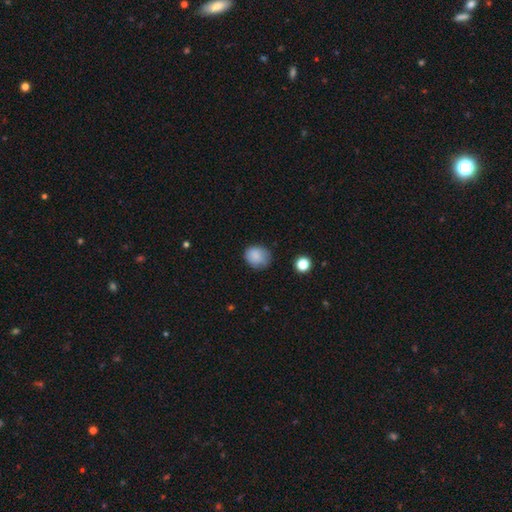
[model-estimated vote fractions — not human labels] Smooth or featured?
  - smooth: 85% *
  - star or artifact: 9%
  - featured or disk: 6%
How rounded?
  - round: 66% *
  - in between: 33%
  - cigar-shaped: 1%
Merging?
  - none: 70% *
  - minor disturbance: 24%
  - major disturbance: 5%
  - merger: 2%